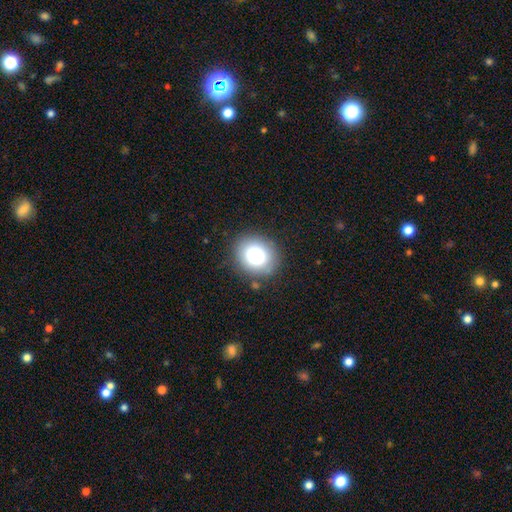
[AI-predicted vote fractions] Overall: smooth (81%). How rounded: round (76%). Merging: none (85%).